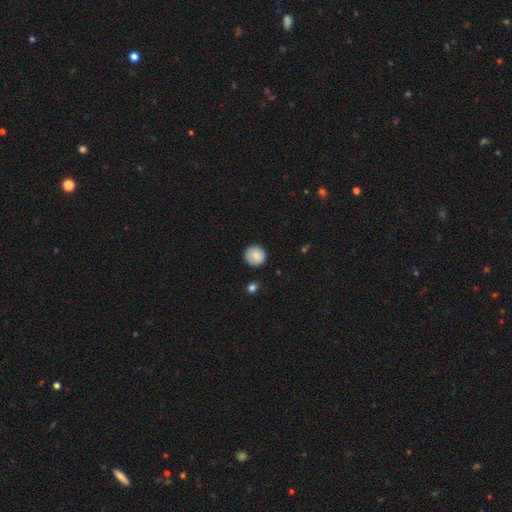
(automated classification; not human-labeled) Smooth or featured: smooth — 82% (featured or disk — 11%)
How rounded: round — 94% (in between — 5%)
Merging: none — 88% (minor disturbance — 9%)